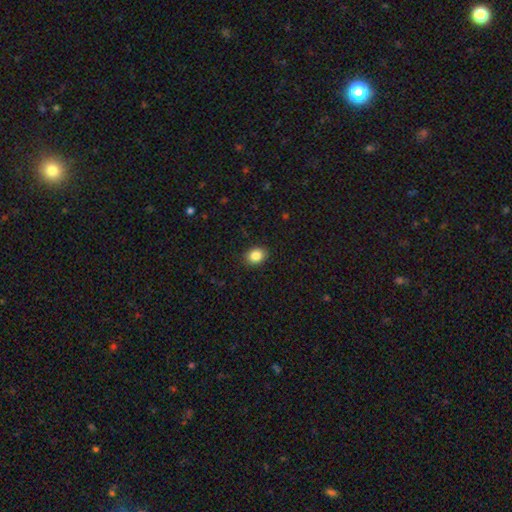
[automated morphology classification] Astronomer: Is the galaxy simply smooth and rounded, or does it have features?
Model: smooth — 87%.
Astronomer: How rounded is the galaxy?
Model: in between — 55% (runner-up: round, 44%).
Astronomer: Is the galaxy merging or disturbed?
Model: none — 89%.